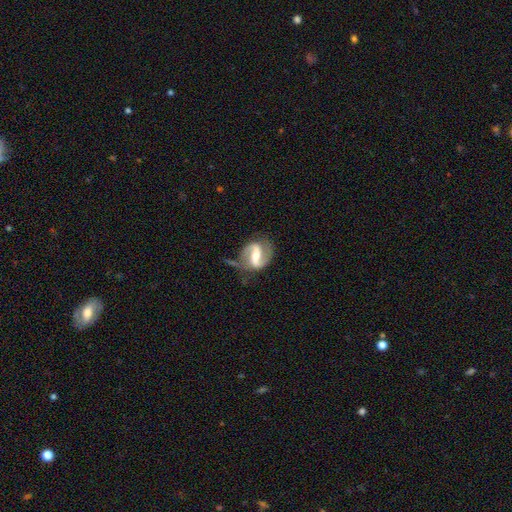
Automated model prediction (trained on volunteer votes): Smooth or featured? Predicted: featured or disk (p=0.88). Edge-on disk? Predicted: no (p=0.98). Bar? Predicted: strong (p=0.52). Spiral arms? Predicted: yes (p=0.95). Spiral winding? Predicted: medium (p=0.49). Spiral arm count? Predicted: 2 (p=0.91). Bulge size? Predicted: moderate (p=0.51). Merging? Predicted: none (p=0.64).